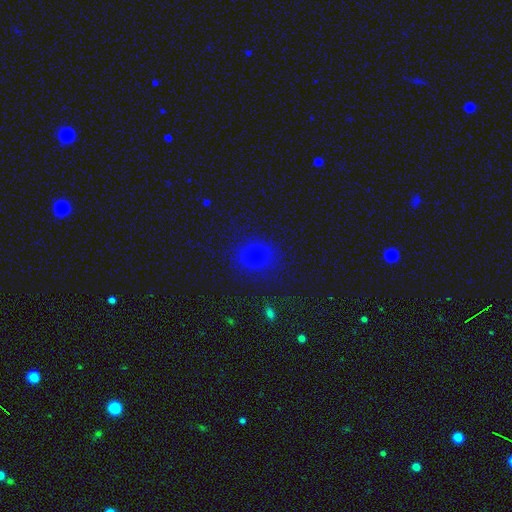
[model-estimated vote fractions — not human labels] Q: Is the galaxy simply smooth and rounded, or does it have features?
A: smooth — 76%.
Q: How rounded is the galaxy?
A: round — 71%.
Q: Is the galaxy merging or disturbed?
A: none — 85%.